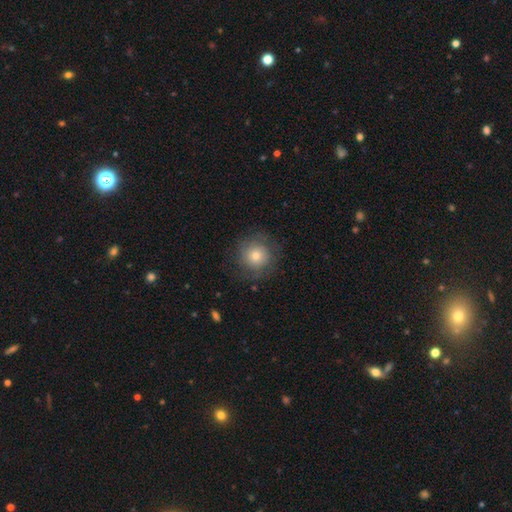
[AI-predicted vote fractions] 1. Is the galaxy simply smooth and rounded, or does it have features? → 66% smooth, 22% featured or disk, 12% star or artifact.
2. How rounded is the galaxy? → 93% round, 6% in between, 1% cigar-shaped.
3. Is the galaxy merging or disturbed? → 80% none, 12% minor disturbance, 6% major disturbance, 1% merger.